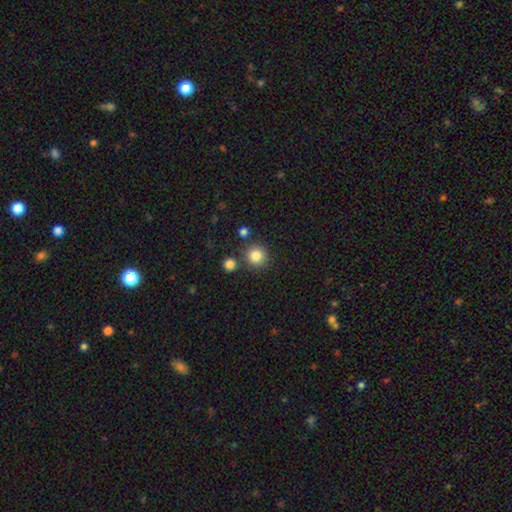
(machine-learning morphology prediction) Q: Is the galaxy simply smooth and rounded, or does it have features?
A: smooth — 84%.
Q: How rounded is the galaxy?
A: round — 93%.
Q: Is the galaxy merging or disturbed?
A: none — 82%.